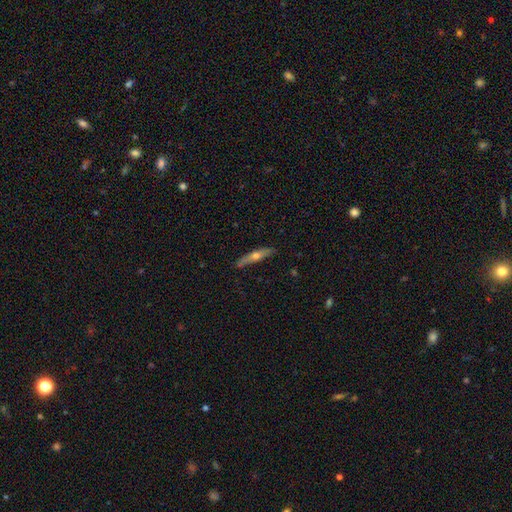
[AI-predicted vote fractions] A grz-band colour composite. It shows a featured or disk galaxy (53%) viewed edge-on (92%). Merging: none (85%).